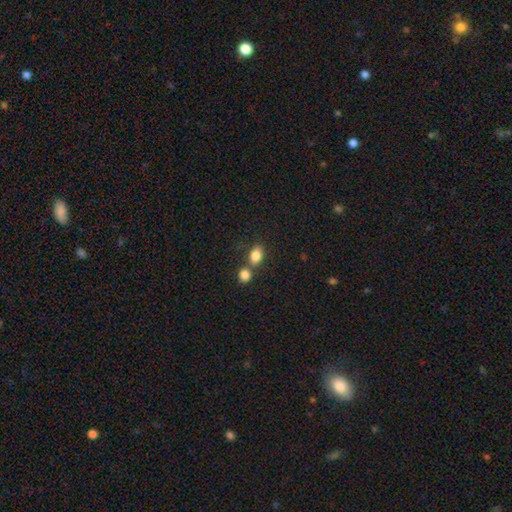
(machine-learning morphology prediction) Smooth or featured? smooth (84%)
How rounded? in between (74%)
Merging? none (51%)